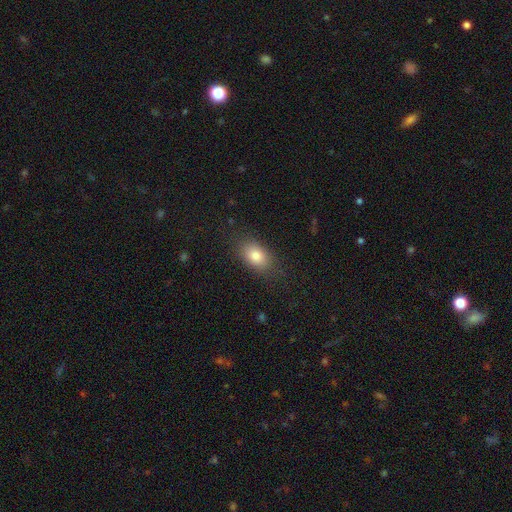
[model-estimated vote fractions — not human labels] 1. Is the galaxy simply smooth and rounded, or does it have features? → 81% smooth, 10% featured or disk, 9% star or artifact.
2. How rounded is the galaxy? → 86% in between, 12% round, 2% cigar-shaped.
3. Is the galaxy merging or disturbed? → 82% none, 13% minor disturbance, 4% major disturbance, 1% merger.